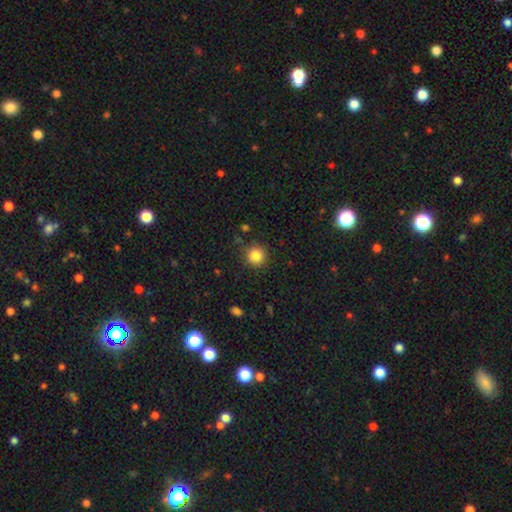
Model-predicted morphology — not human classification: A smooth galaxy with no disk features (85%) that is round (94%).

Vote fractions:
- Smooth or featured? smooth: 85% / star or artifact: 11% / featured or disk: 4%
- How rounded? round: 94% / in between: 5% / cigar-shaped: 1%
- Merging? none: 89% / minor disturbance: 7% / major disturbance: 3% / merger: 2%